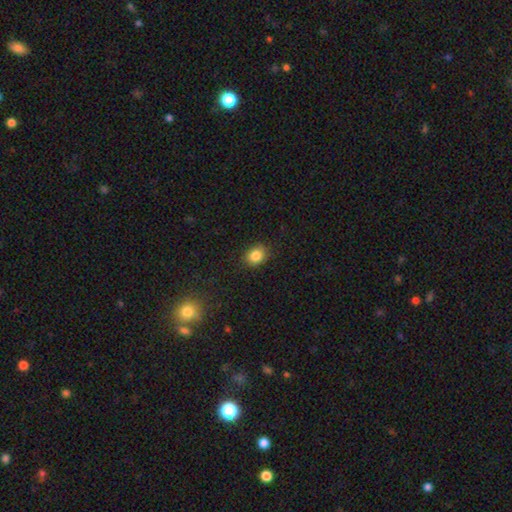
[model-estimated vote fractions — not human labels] This appears to be a smooth galaxy with no disk features (84%) that is round (55%). Merging: none (86%).